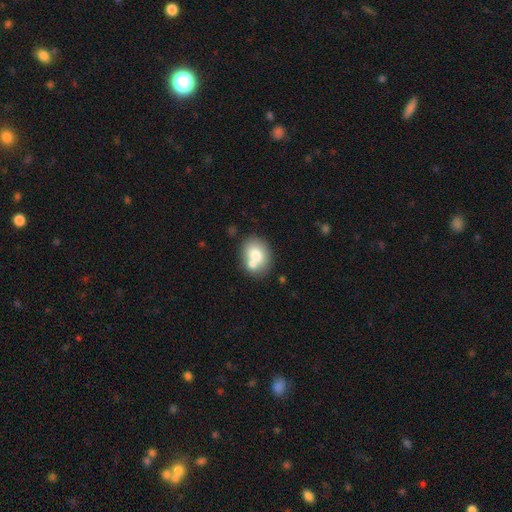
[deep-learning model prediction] smooth 72%, featured or disk 20%, star or artifact 9%. Down the decision tree: how rounded — in between (55%); merging — none (51%).